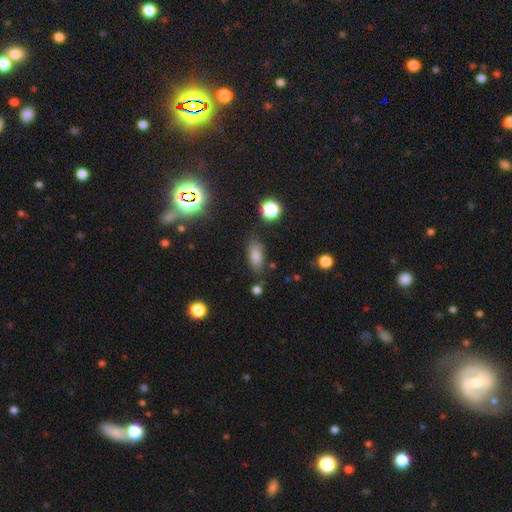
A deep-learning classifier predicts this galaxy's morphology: A smooth galaxy with no disk features (73%) that is in between round and cigar-shaped (79%).

Vote fractions:
- Smooth or featured? smooth: 73% / star or artifact: 15% / featured or disk: 12%
- How rounded? in between: 79% / cigar-shaped: 15% / round: 6%
- Merging? none: 78% / minor disturbance: 14% / merger: 4% / major disturbance: 4%